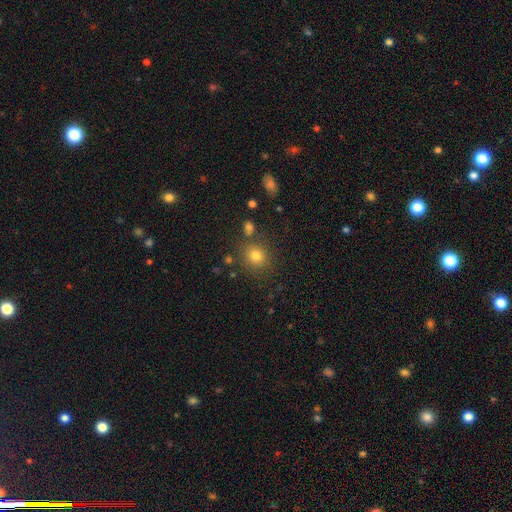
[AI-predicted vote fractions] The model was most divided on "smooth or featured": smooth: 78%, star or artifact: 14%, featured or disk: 8%. More confident: how rounded — round (82%); merging — none (79%).